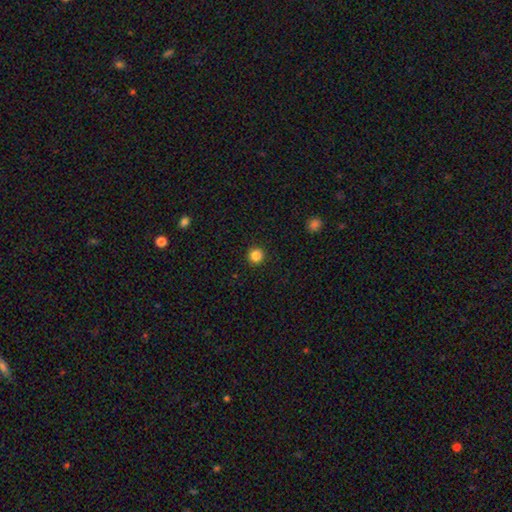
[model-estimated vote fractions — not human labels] Smooth or featured?
  - smooth: 85% *
  - star or artifact: 11%
  - featured or disk: 4%
How rounded?
  - round: 96% *
  - in between: 3%
  - cigar-shaped: 1%
Merging?
  - none: 93% *
  - minor disturbance: 4%
  - major disturbance: 2%
  - merger: 1%